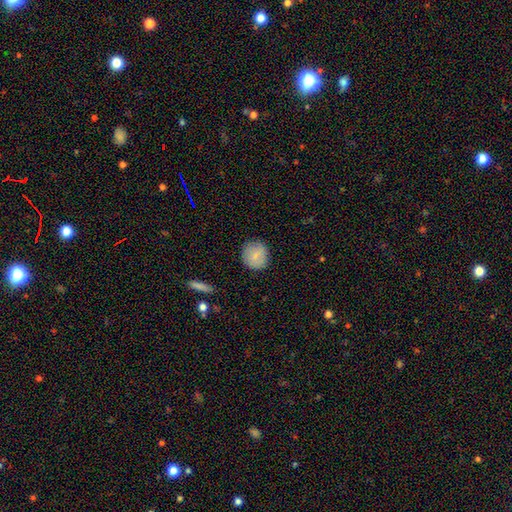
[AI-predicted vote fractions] Smooth or featured: smooth — 78% (featured or disk — 15%)
How rounded: round — 90% (in between — 9%)
Merging: none — 86% (minor disturbance — 10%)